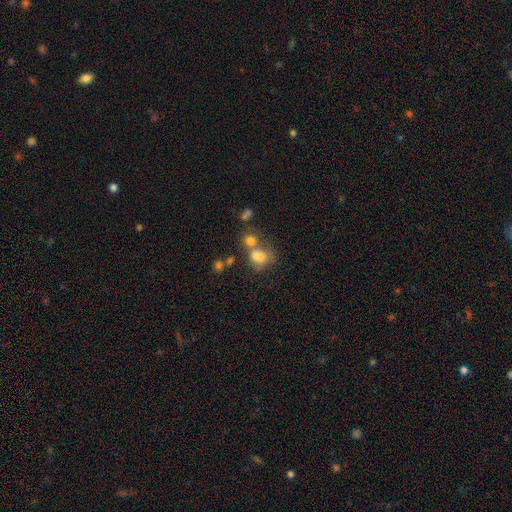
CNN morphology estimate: Smooth or featured?
  - smooth: 70% *
  - star or artifact: 16%
  - featured or disk: 14%
How rounded?
  - round: 49% * (tied)
  - in between: 49% * (tied)
  - cigar-shaped: 1%
Merging?
  - merger: 43% *
  - none: 33%
  - minor disturbance: 13%
  - major disturbance: 11%